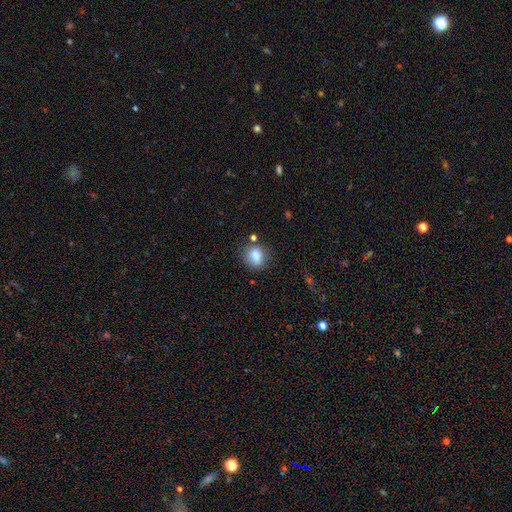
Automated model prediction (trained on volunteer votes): Smooth or featured: smooth — 84% (star or artifact — 9%)
How rounded: round — 54% (in between — 44%)
Merging: none — 71% (minor disturbance — 17%)